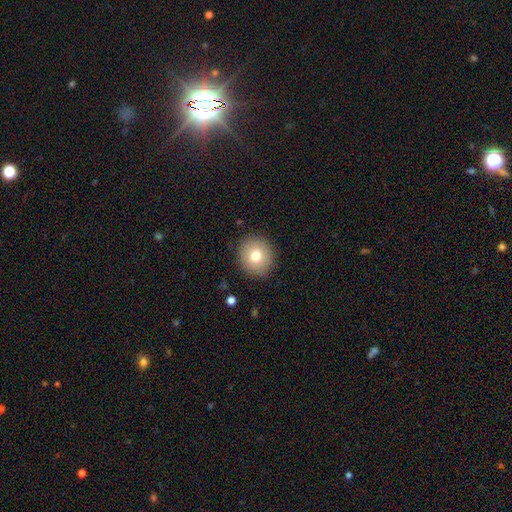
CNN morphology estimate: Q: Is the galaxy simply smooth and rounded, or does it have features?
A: smooth — 76%.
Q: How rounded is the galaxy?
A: round — 90%.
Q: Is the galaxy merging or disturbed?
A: none — 90%.